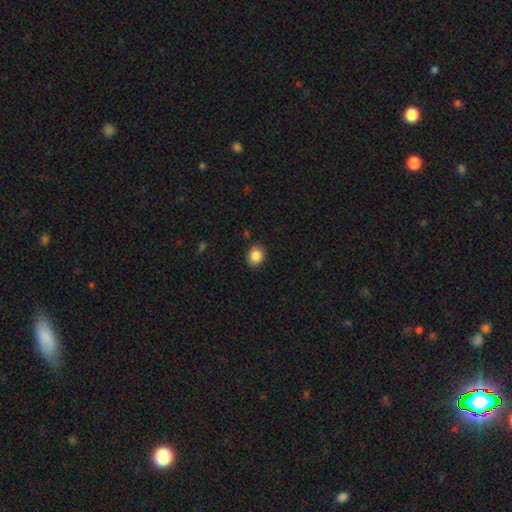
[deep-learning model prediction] This is clearly a smooth galaxy (86%). How rounded: likely round (67%). Merging: clearly none (87%).